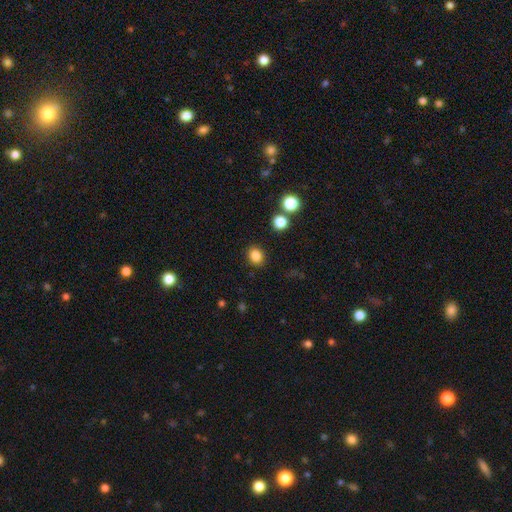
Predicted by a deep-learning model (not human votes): Smooth or featured: smooth — 84% (star or artifact — 11%)
How rounded: round — 63% (in between — 36%)
Merging: none — 87% (minor disturbance — 8%)